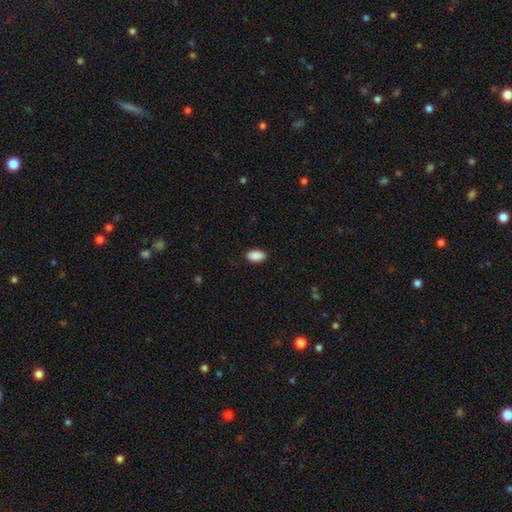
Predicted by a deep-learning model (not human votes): smooth-or-featured: smooth: 90% | star or artifact: 7% | featured or disk: 3%
  how-rounded: in between: 94% | round: 3% | cigar-shaped: 3%
  merging: none: 87% | minor disturbance: 10% | major disturbance: 2% | merger: 1%